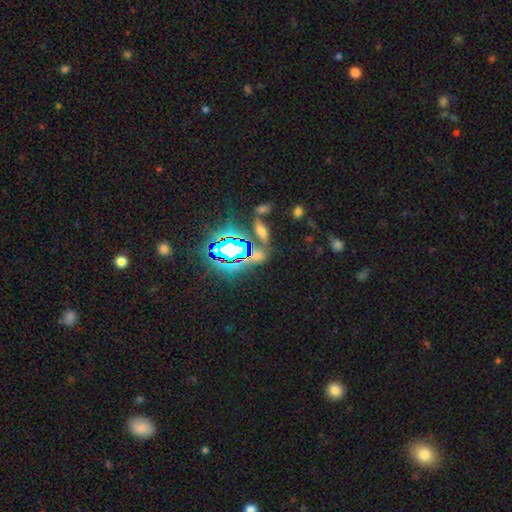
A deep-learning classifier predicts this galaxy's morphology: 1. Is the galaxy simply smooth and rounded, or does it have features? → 54% star or artifact, 33% smooth, 13% featured or disk.